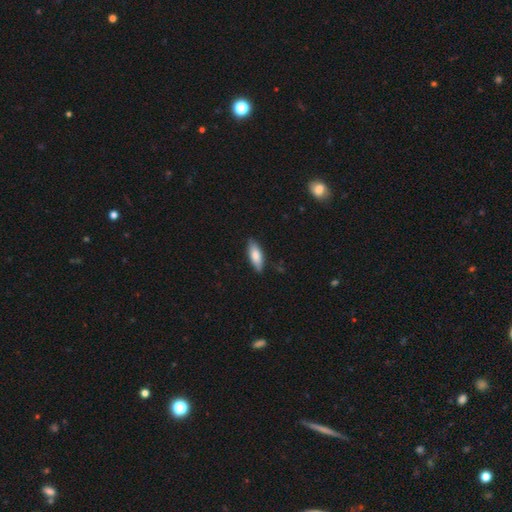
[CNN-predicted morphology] Smooth or featured? smooth (78%)
How rounded? in between (67%)
Merging? none (84%)